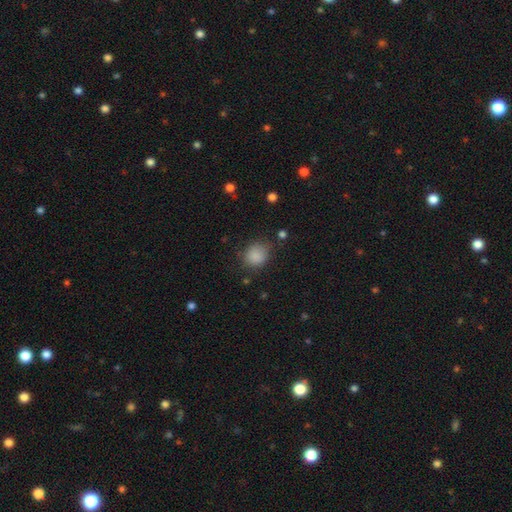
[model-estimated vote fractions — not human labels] Smooth or featured? Predicted: smooth (p=0.85). How rounded? Predicted: round (p=0.66). Merging? Predicted: none (p=0.71).